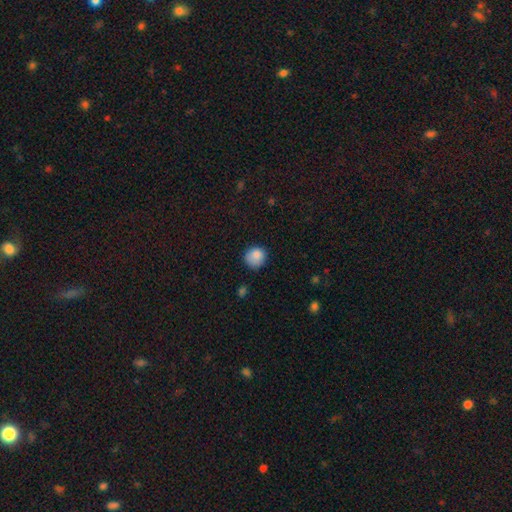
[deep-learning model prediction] The model was most divided on "merging": none: 72%, minor disturbance: 22%, major disturbance: 5%, merger: 2%. More confident: smooth or featured — smooth (85%); how rounded — round (85%).